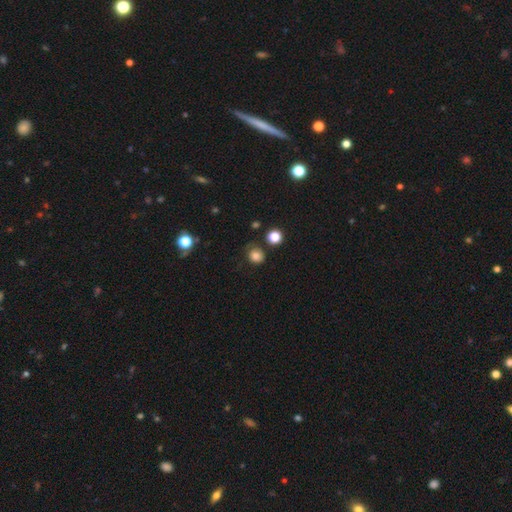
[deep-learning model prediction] Q: Smooth or featured?
A: smooth (81%); runner-up: star or artifact (13%)
Q: How rounded?
A: round (79%); runner-up: in between (21%)
Q: Merging?
A: none (70%); runner-up: minor disturbance (20%)